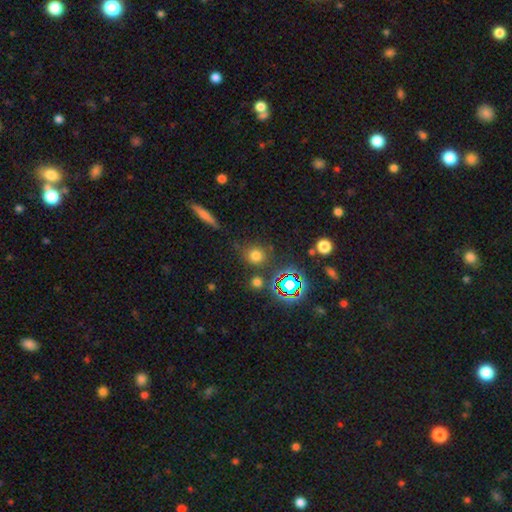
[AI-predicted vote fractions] Smooth or featured: smooth — 70% (star or artifact — 22%)
How rounded: round — 86% (in between — 12%)
Merging: none — 77% (minor disturbance — 11%)